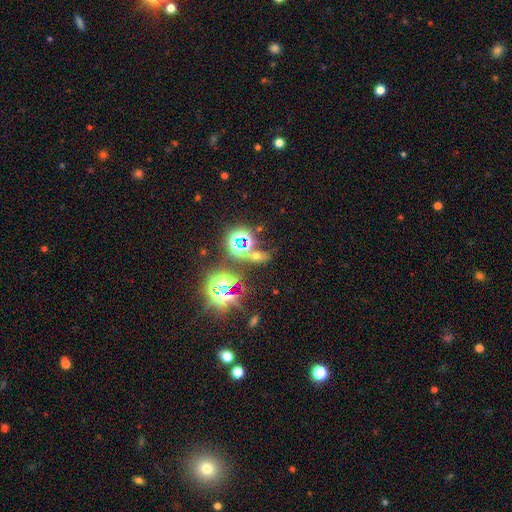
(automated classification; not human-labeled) The model was most divided on "smooth or featured": star or artifact: 58%, smooth: 30%, featured or disk: 12%.